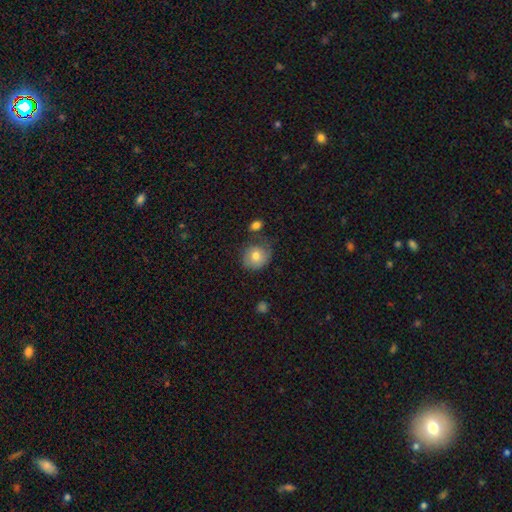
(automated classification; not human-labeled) Smooth or featured? smooth (73%)
How rounded? round (77%)
Merging? none (61%)